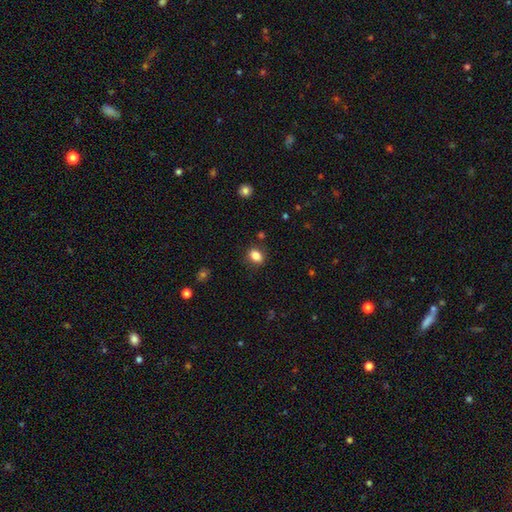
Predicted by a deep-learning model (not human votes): This appears to be a smooth galaxy with no disk features (84%) that is in between round and cigar-shaped (65%). Merging: none (85%).